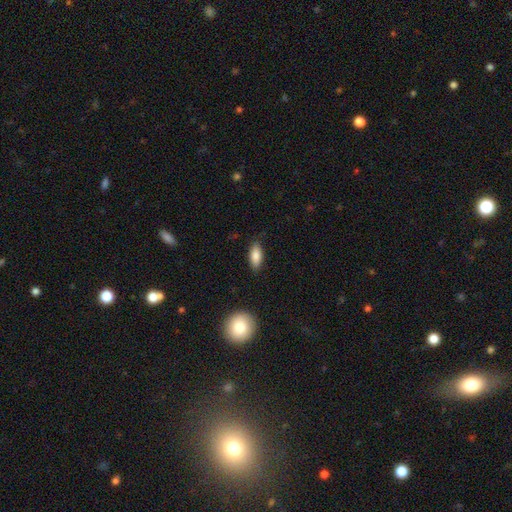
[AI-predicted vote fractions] Smooth or featured: smooth — 84% (featured or disk — 9%)
How rounded: in between — 83% (cigar-shaped — 14%)
Merging: none — 85% (minor disturbance — 11%)